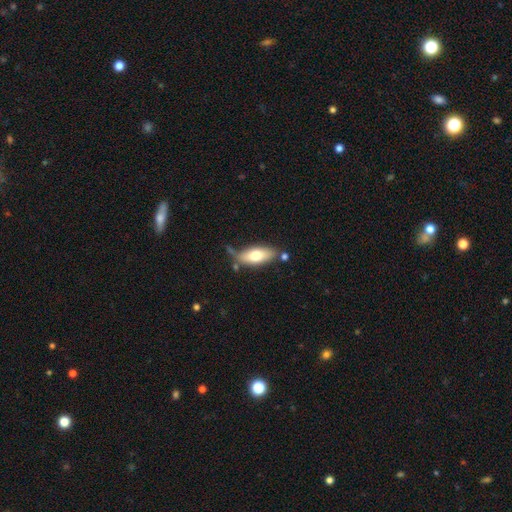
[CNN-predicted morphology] smooth 69%, featured or disk 25%, star or artifact 6%. Down the decision tree: how rounded — in between (79%); merging — none (61%).